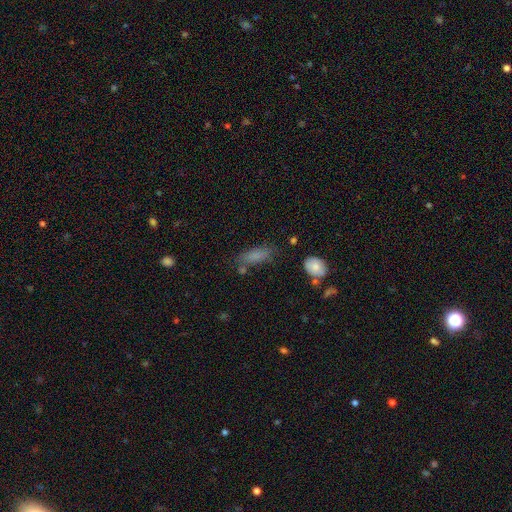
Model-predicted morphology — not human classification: Smooth or featured? Predicted: smooth (p=0.80). How rounded? Predicted: in between (p=0.64). Merging? Predicted: none (p=0.67).